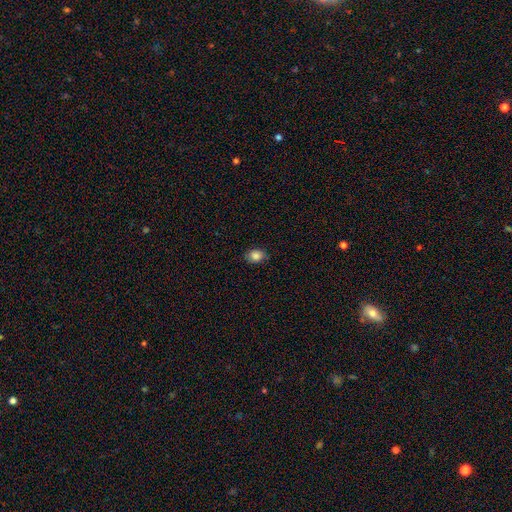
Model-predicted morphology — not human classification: Smooth or featured?
  - smooth: 86% *
  - star or artifact: 10%
  - featured or disk: 5%
How rounded?
  - in between: 59% *
  - round: 39%
  - cigar-shaped: 1%
Merging?
  - none: 82% *
  - minor disturbance: 14%
  - major disturbance: 3%
  - merger: 1%